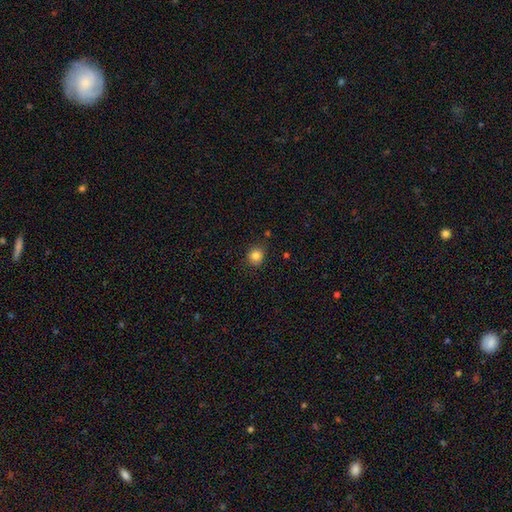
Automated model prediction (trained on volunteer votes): This appears to be a smooth galaxy with no disk features (84%) that is round (85%). Merging: none (83%).